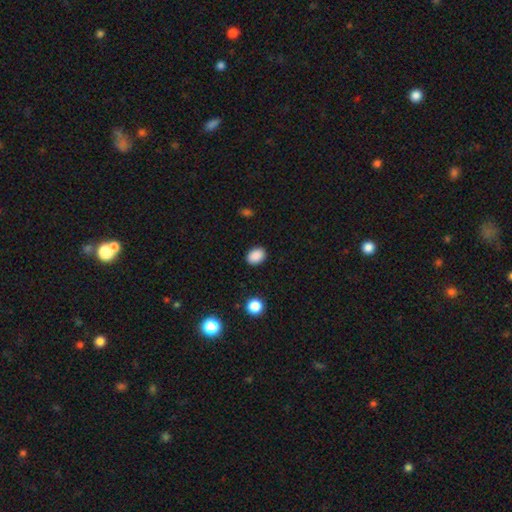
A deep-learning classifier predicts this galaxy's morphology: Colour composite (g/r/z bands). It shows a smooth galaxy with no disk features (88%) that is in between round and cigar-shaped (71%). Merging: none (89%).